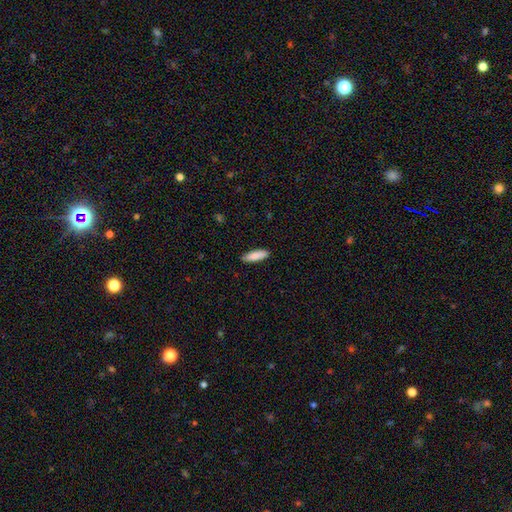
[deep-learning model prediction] The model was most divided on "how rounded": cigar-shaped: 51%, in between: 47%, round: 2%. More confident: merging — none (89%); smooth or featured — smooth (87%).